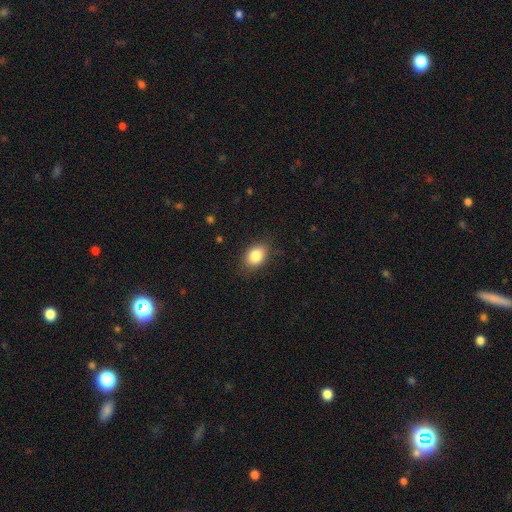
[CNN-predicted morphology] smooth 84%, star or artifact 9%, featured or disk 7%. Down the decision tree: how rounded — in between (74%); merging — none (83%).